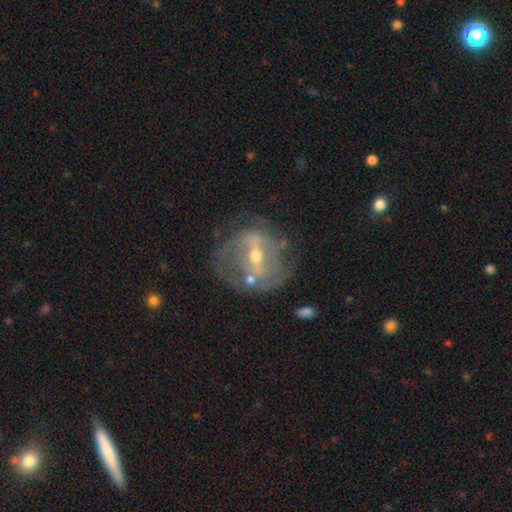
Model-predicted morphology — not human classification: A featured or disk galaxy (79%) with a strong bar (46%), 2 (44%) tight (39%) spiral arms (71%) and a moderate central bulge (50%).

Vote fractions:
- Smooth or featured? featured or disk: 79% / smooth: 11% / star or artifact: 9%
- Edge-on disk? no: 94% / yes: 6%
- Bar? strong: 46% / weak: 37% / no: 16%
- Spiral arms? yes: 71% / no: 29%
- Spiral winding? tight: 39% / medium: 37% / loose: 25%
- Spiral arm count? 2: 44% / can't tell: 35% / 3: 8% / 1: 7% / 4: 3% / more than 4: 3%
- Bulge size? moderate: 50% / small: 46% / large: 2% / none: 1% / dominant: 1%
- Merging? none: 60% / minor disturbance: 20% / major disturbance: 15% / merger: 6%